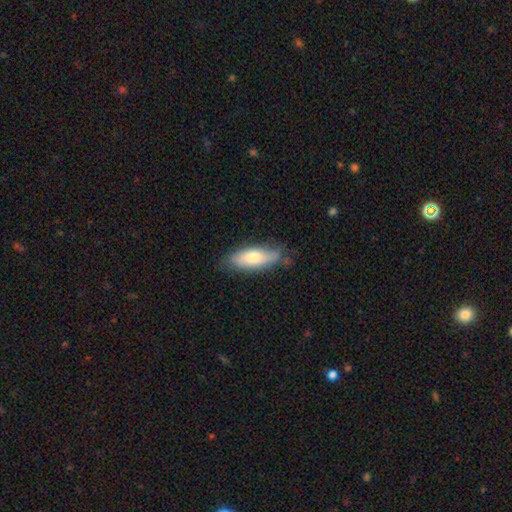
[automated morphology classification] Overall: smooth (70%). How rounded: in between (69%). Merging: none (69%).